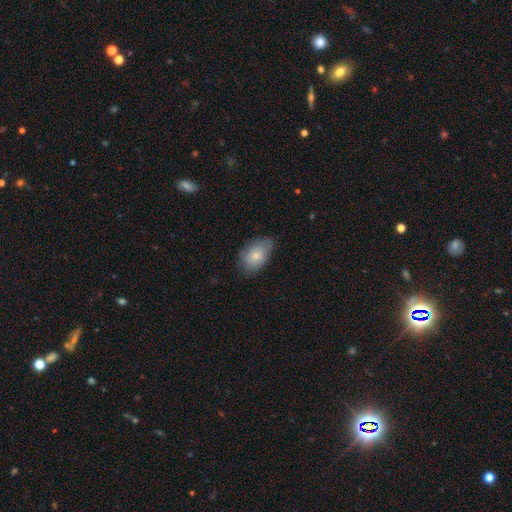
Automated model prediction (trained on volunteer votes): A smooth galaxy with no disk features (78%) that is in between round and cigar-shaped (89%).

Vote fractions:
- Smooth or featured? smooth: 78% / featured or disk: 15% / star or artifact: 7%
- How rounded? in between: 89% / round: 10% / cigar-shaped: 1%
- Merging? none: 65% / minor disturbance: 28% / major disturbance: 6% / merger: 1%